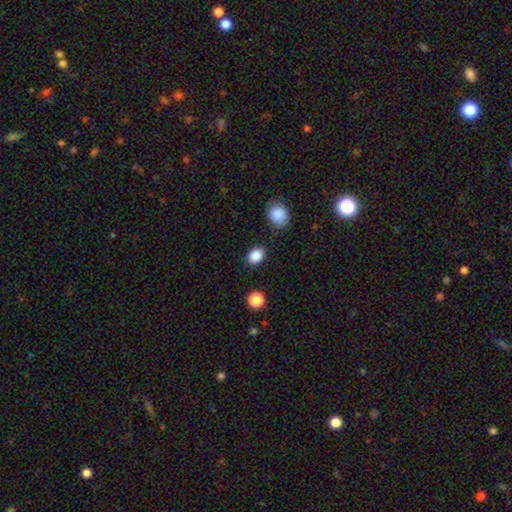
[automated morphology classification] Smooth or featured: smooth — 87% (star or artifact — 9%)
How rounded: in between — 65% (round — 34%)
Merging: none — 84% (minor disturbance — 10%)